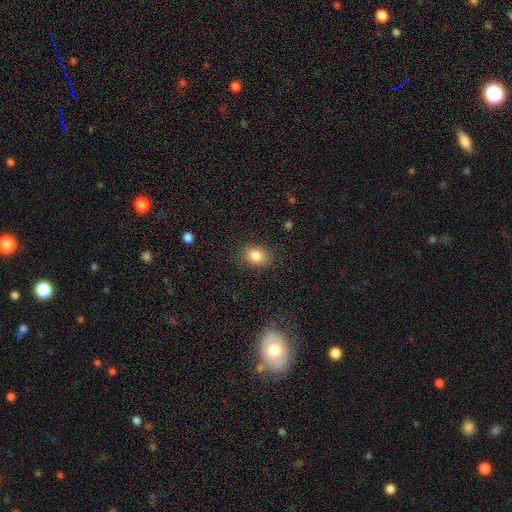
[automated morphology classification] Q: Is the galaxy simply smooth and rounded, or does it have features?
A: smooth — 84%.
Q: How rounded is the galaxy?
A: in between — 63%.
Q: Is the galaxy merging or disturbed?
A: none — 82%.